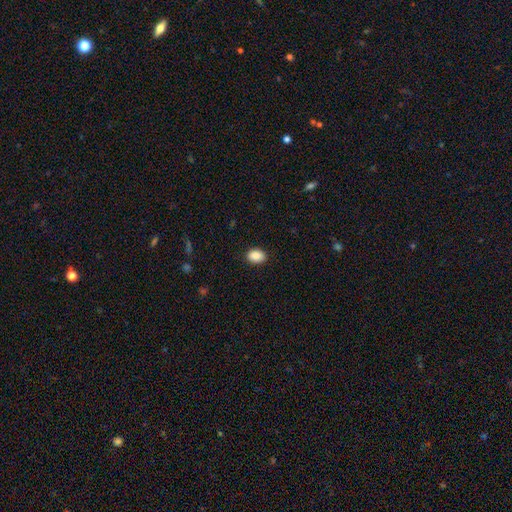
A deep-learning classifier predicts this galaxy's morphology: type=smooth (89%); roundness=in between (77%); merging=none (89%).